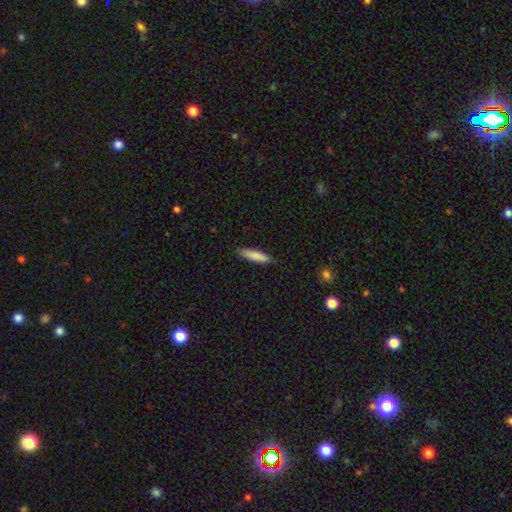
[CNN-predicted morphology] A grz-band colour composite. It shows a smooth galaxy with no disk features (84%) that is cigar-shaped (78%). Merging: none (87%).